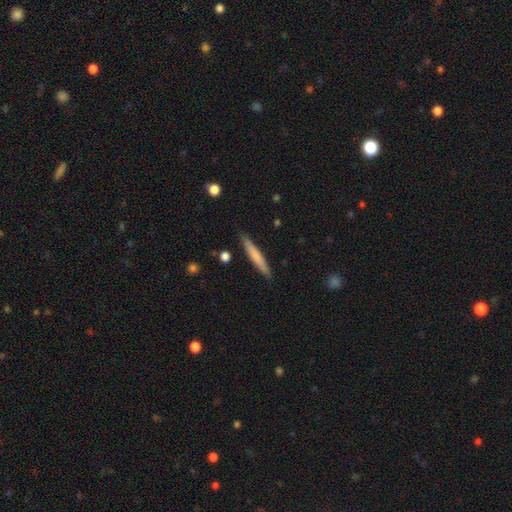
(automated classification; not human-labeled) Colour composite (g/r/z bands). It shows a smooth galaxy with no disk features (67%) that is cigar-shaped (95%). Merging: none (89%).